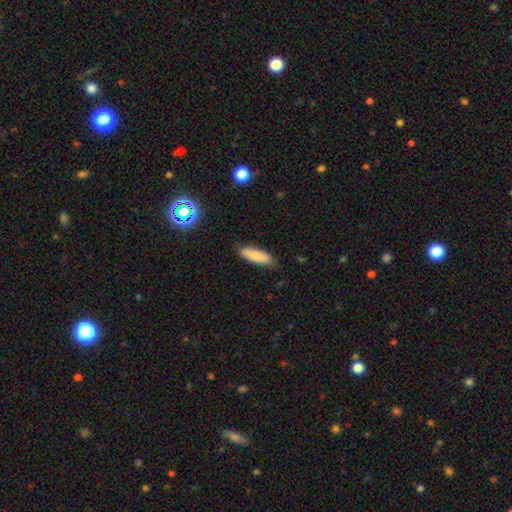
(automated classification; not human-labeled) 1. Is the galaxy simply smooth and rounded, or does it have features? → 80% smooth, 13% featured or disk, 7% star or artifact.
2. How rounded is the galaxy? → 52% cigar-shaped, 46% in between, 2% round.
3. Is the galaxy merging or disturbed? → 84% none, 13% minor disturbance, 2% major disturbance, 1% merger.